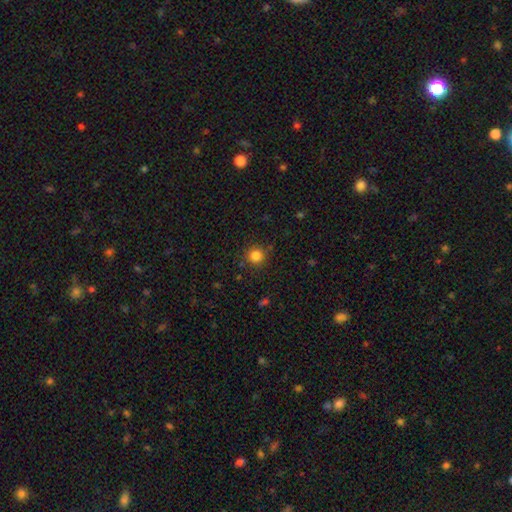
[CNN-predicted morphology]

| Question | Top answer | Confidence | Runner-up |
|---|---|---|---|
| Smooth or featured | smooth | 84% | star or artifact (12%) |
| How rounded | round | 93% | in between (7%) |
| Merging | none | 87% | minor disturbance (9%) |